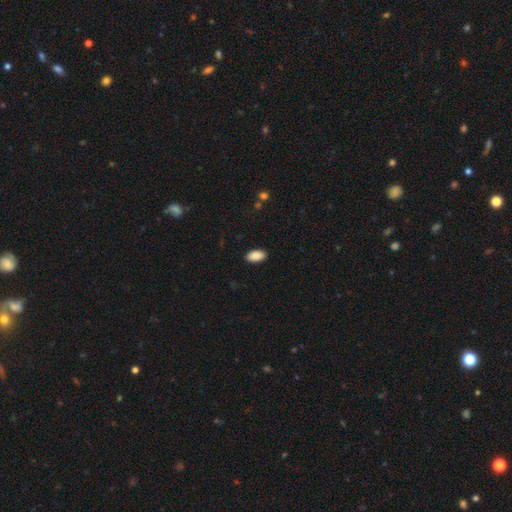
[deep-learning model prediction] smooth 90%, star or artifact 7%, featured or disk 3%. Down the decision tree: how rounded — in between (95%); merging — none (90%).